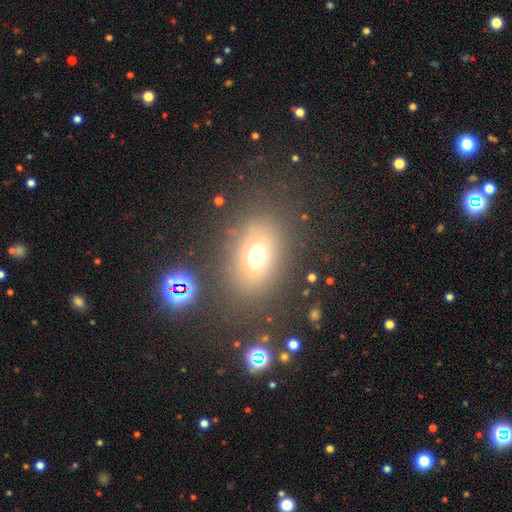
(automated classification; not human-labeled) A smooth galaxy with no disk features (64%) that is in between round and cigar-shaped (63%). Merging: none (78%).